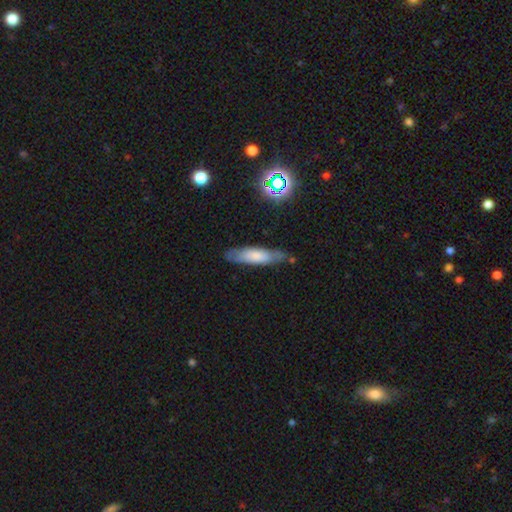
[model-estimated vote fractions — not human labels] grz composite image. It shows a smooth galaxy with no disk features (59%) that is cigar-shaped (68%). Merging: none (75%).